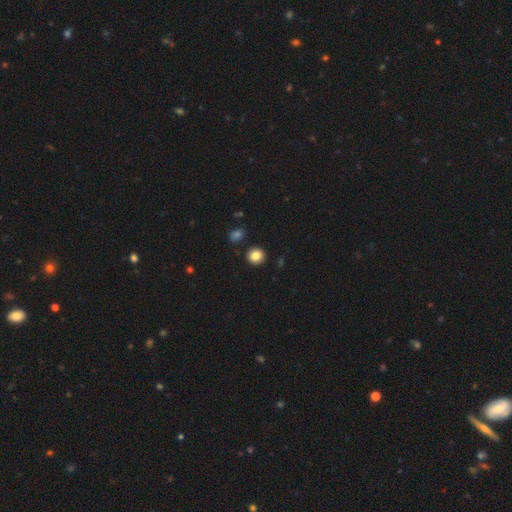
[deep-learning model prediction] Overall: smooth (84%). How rounded: round (90%). Merging: none (91%).